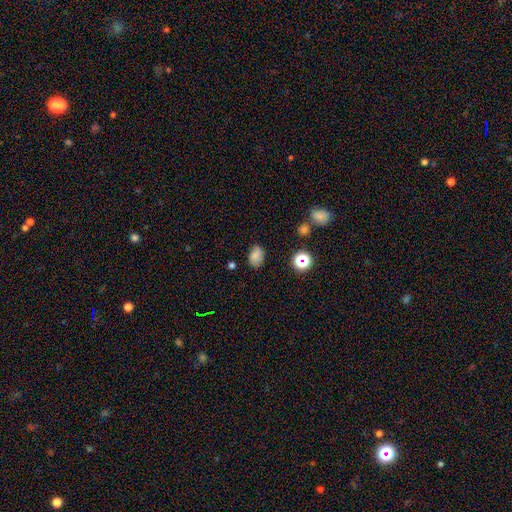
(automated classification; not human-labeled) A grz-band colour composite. It shows a smooth galaxy with no disk features (79%) that is in between round and cigar-shaped (80%). Merging: none (78%).